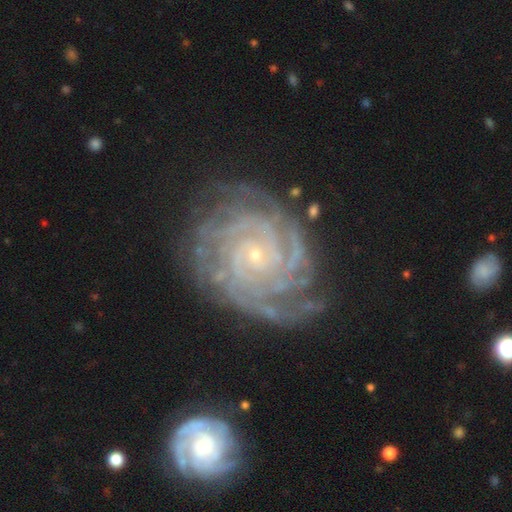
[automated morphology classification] featured or disk 91%, star or artifact 5%, smooth 4%. Down the decision tree: edge-on disk — no (98%); bar — no (74%); spiral arms — yes (98%); spiral arm count — 4 (23%); spiral winding — tight (82%); bulge size — small (88%); merging — none (73%).